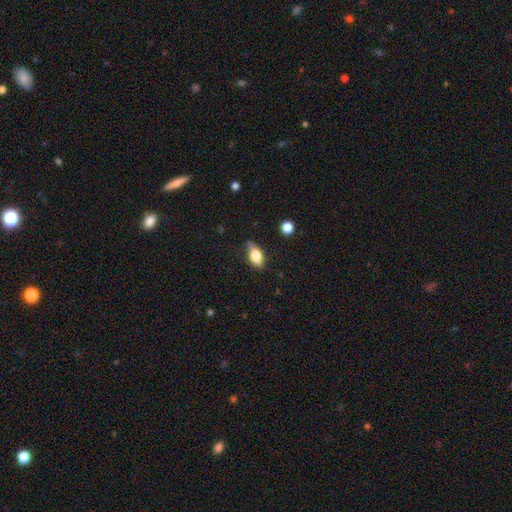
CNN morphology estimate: Smooth or featured?
  - smooth: 67% *
  - featured or disk: 25%
  - star or artifact: 8%
How rounded?
  - in between: 81% *
  - cigar-shaped: 11%
  - round: 8%
Merging?
  - none: 67% *
  - minor disturbance: 25%
  - major disturbance: 6%
  - merger: 2%